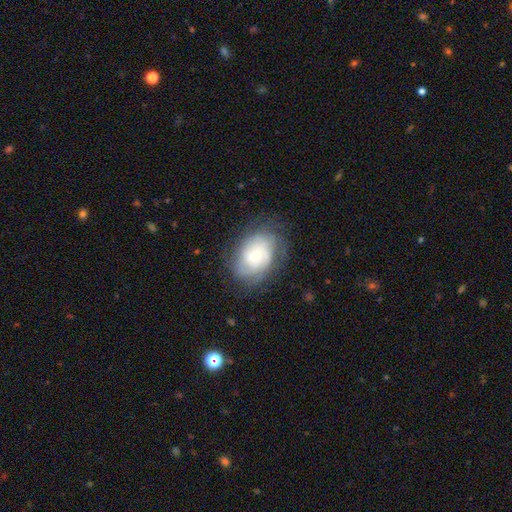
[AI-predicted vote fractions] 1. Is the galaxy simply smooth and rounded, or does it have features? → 58% featured or disk, 35% smooth, 8% star or artifact.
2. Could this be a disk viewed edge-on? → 96% no, 4% yes.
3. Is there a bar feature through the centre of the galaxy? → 64% no, 31% weak, 5% strong.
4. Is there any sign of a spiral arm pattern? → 79% yes, 21% no.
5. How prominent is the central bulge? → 48% moderate, 42% small, 6% large, 2% none, 1% dominant.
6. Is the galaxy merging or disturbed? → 66% none, 22% minor disturbance, 11% major disturbance, 1% merger.